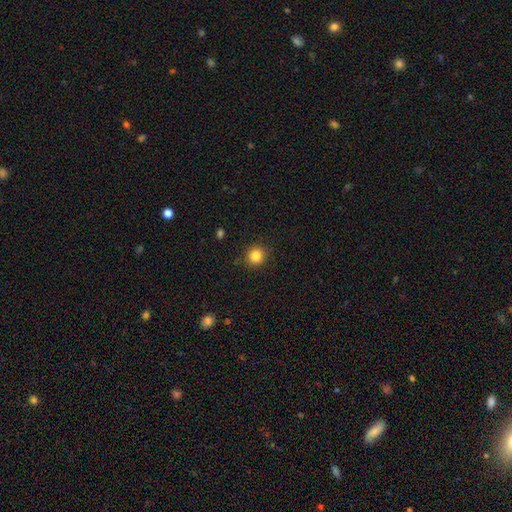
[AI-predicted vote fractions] smooth-or-featured: smooth: 84% | star or artifact: 11% | featured or disk: 4%
  how-rounded: round: 92% | in between: 8% | cigar-shaped: 1%
  merging: none: 89% | minor disturbance: 7% | major disturbance: 2% | merger: 1%